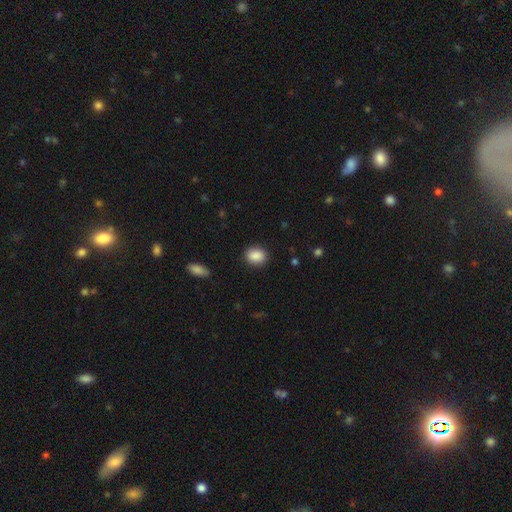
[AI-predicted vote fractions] Q: Smooth or featured?
A: smooth (88%); runner-up: star or artifact (8%)
Q: How rounded?
A: in between (50%); runner-up: round (49%)
Q: Merging?
A: none (88%); runner-up: minor disturbance (8%)